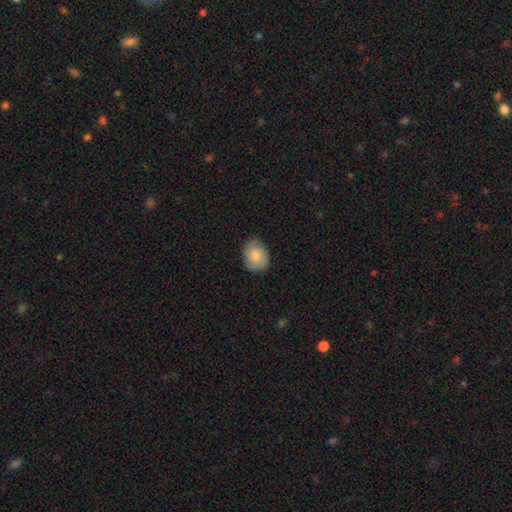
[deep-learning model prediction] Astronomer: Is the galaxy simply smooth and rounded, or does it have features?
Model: smooth — 78%.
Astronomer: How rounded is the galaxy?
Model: round — 51% (runner-up: in between, 48%).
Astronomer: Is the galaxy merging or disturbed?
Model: none — 77%.